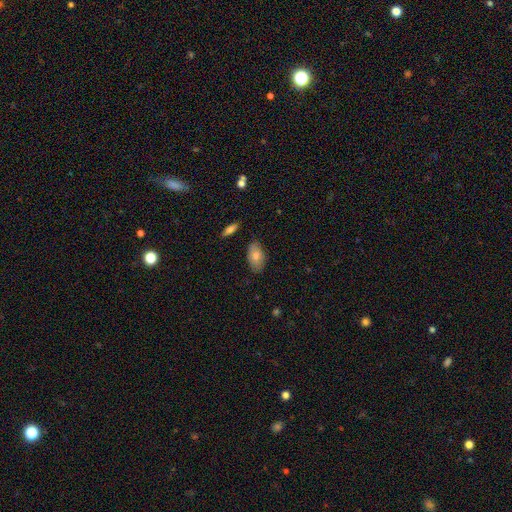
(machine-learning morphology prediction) This appears to be a smooth galaxy with no disk features (76%) that is in between round and cigar-shaped (94%). Merging: none (80%).